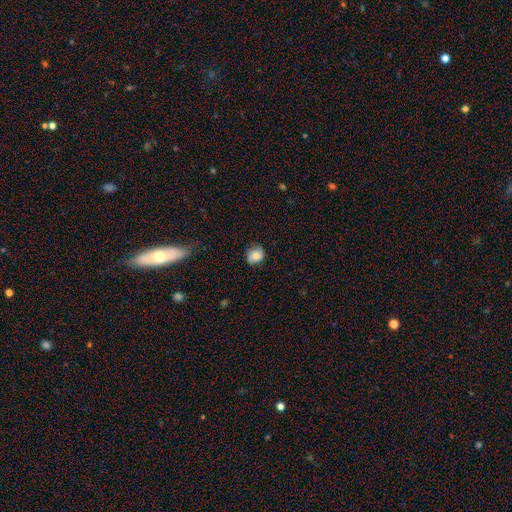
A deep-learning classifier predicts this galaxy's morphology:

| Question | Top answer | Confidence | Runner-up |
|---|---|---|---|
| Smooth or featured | smooth | 75% | featured or disk (16%) |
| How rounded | round | 70% | in between (29%) |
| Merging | none | 75% | minor disturbance (20%) |